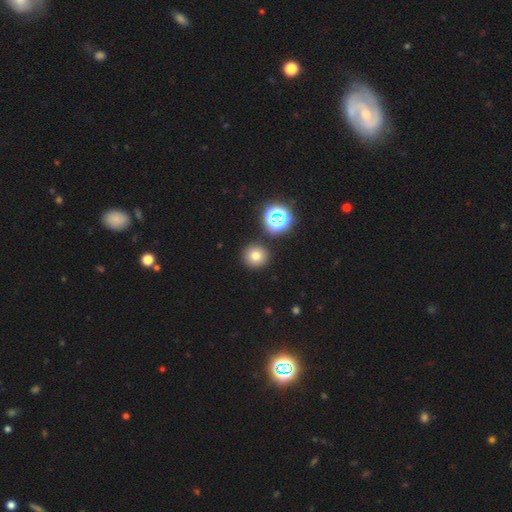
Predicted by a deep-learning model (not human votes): A smooth galaxy with no disk features (71%) that is round (95%).

Vote fractions:
- Smooth or featured? smooth: 71% / star or artifact: 19% / featured or disk: 9%
- How rounded? round: 95% / in between: 4% / cigar-shaped: 1%
- Merging? none: 87% / minor disturbance: 6% / merger: 5% / major disturbance: 2%